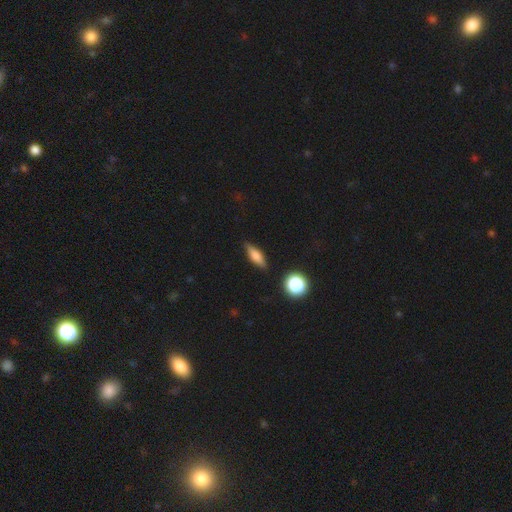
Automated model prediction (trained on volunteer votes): Overall: smooth (58%; featured or disk 33%). How rounded: in between (48%; cigar-shaped 45%). Merging: none (84%).